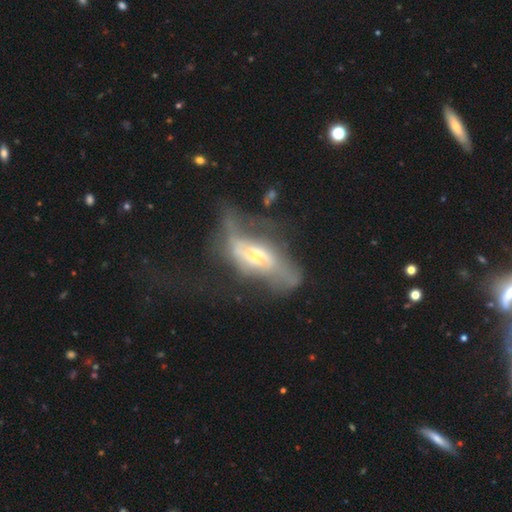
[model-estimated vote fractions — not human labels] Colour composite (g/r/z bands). It shows a featured or disk galaxy (72%) with no bar (50%), spiral arms (62%) and a moderate central bulge (56%). Merging: major disturbance (45%).